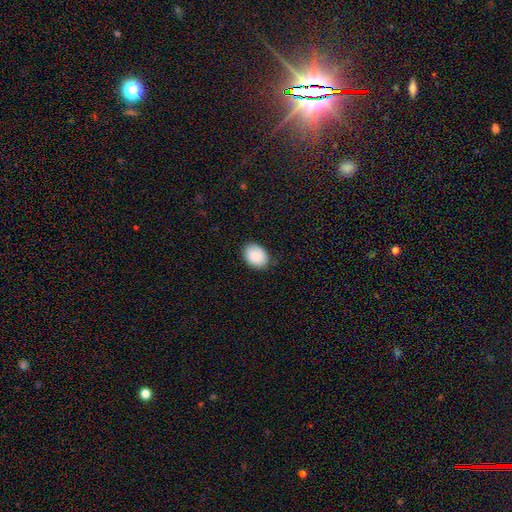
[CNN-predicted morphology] smooth-or-featured: smooth: 90% | star or artifact: 6% | featured or disk: 3%
  how-rounded: in between: 73% | round: 26% | cigar-shaped: 1%
  merging: none: 83% | minor disturbance: 14% | major disturbance: 3% | merger: 1%